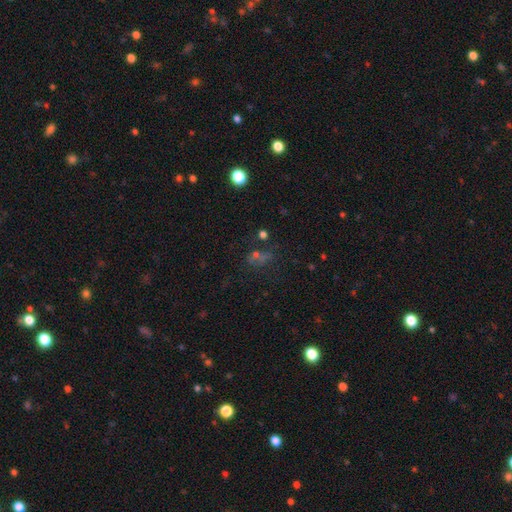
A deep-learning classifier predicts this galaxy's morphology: smooth_or_featured: star or artifact (p=0.46) [alt: smooth p=0.36]